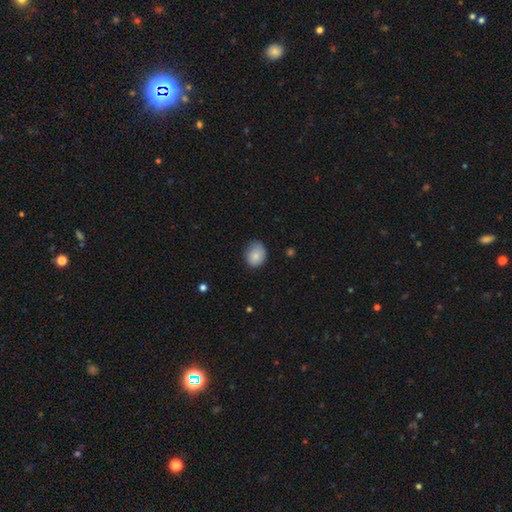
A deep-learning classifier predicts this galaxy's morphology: smooth-or-featured: smooth: 83% | featured or disk: 9% | star or artifact: 8%
  how-rounded: round: 52% | in between: 47% | cigar-shaped: 1%
  merging: none: 73% | minor disturbance: 22% | major disturbance: 4% | merger: 1%